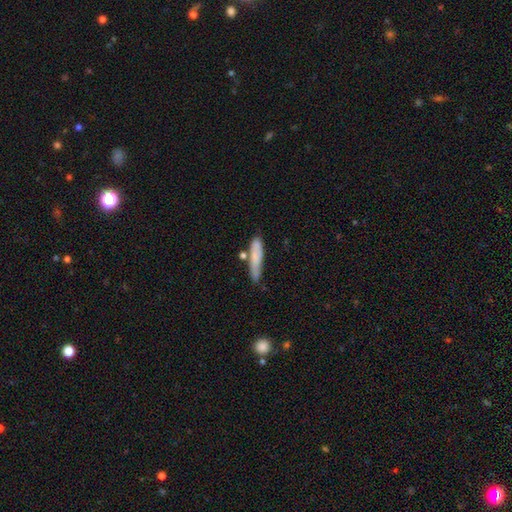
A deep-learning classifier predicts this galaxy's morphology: smooth_or_featured: smooth (p=0.74) [alt: featured or disk p=0.19]
how_rounded: cigar-shaped (p=0.82) [alt: in between p=0.16]
merging: none (p=0.62) [alt: minor disturbance p=0.22]